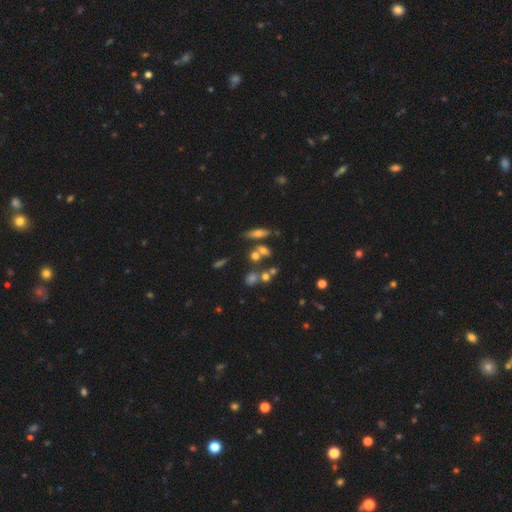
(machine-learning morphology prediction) smooth 55%, featured or disk 24%, star or artifact 21%. Down the decision tree: how rounded — round (45%); merging — none (53%).